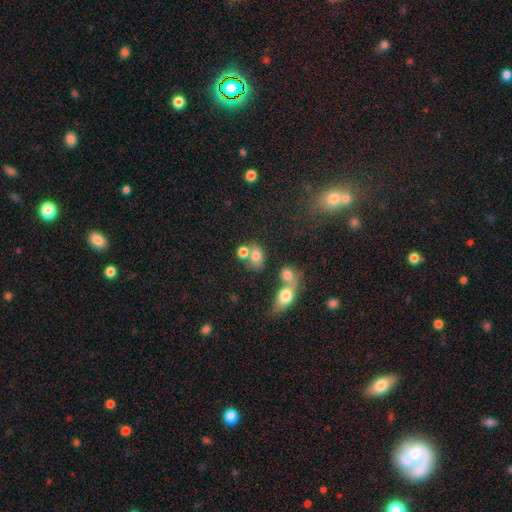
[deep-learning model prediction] Smooth or featured? Predicted: smooth (p=0.75). How rounded? Predicted: in between (p=0.60). Merging? Predicted: none (p=0.42).